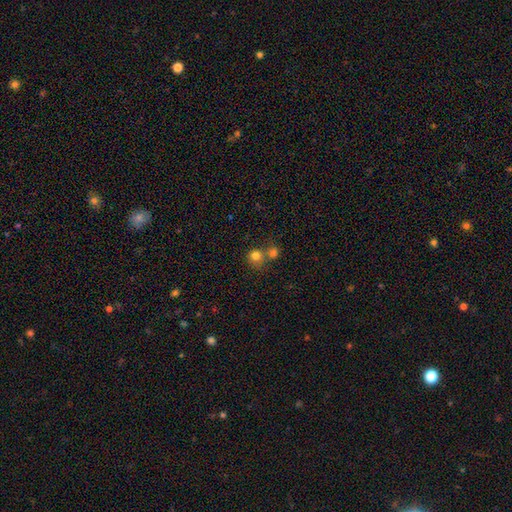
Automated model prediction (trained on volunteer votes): A smooth galaxy with no disk features (79%) that is round (89%).

Vote fractions:
- Smooth or featured? smooth: 79% / star or artifact: 14% / featured or disk: 8%
- How rounded? round: 89% / in between: 10% / cigar-shaped: 1%
- Merging? none: 52% / merger: 38% / minor disturbance: 7% / major disturbance: 3%